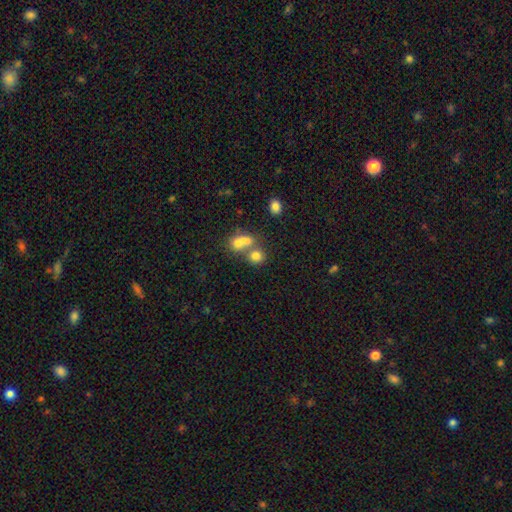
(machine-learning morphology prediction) Smooth or featured: smooth — 75% (star or artifact — 14%)
How rounded: round — 75% (in between — 24%)
Merging: merger — 46% (none — 42%)